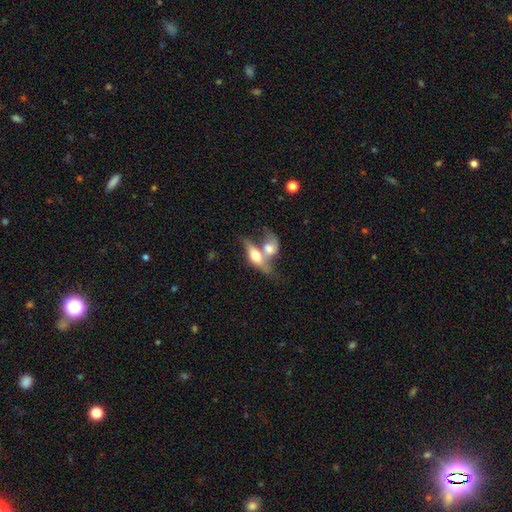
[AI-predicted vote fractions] Smooth or featured?
  - smooth: 50% *
  - featured or disk: 44%
  - star or artifact: 7%
Merging?
  - merger: 75% *
  - none: 13%
  - minor disturbance: 6%
  - major disturbance: 6%